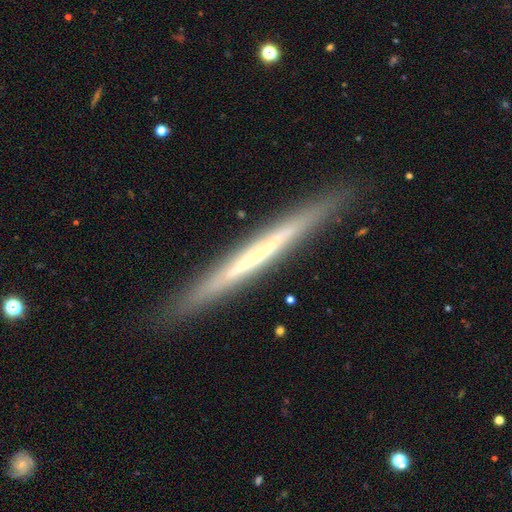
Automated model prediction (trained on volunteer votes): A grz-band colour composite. It shows a featured or disk galaxy (71%) viewed edge-on (96%) with no central bulge (70%). Merging: none (89%).